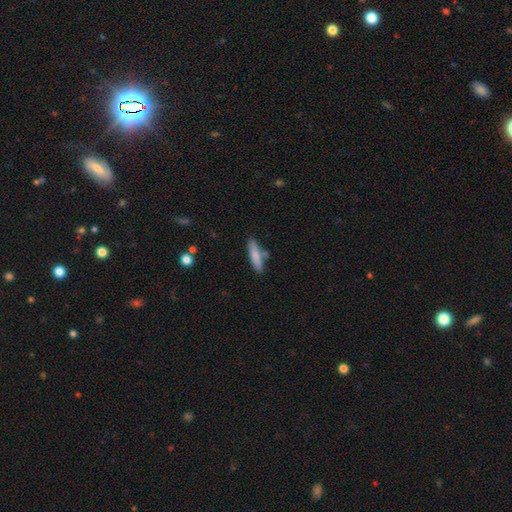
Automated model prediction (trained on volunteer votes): smooth-or-featured: smooth: 77% | featured or disk: 17% | star or artifact: 6%
  how-rounded: cigar-shaped: 79% | in between: 19% | round: 2%
  merging: none: 74% | minor disturbance: 13% | merger: 9% | major disturbance: 3%